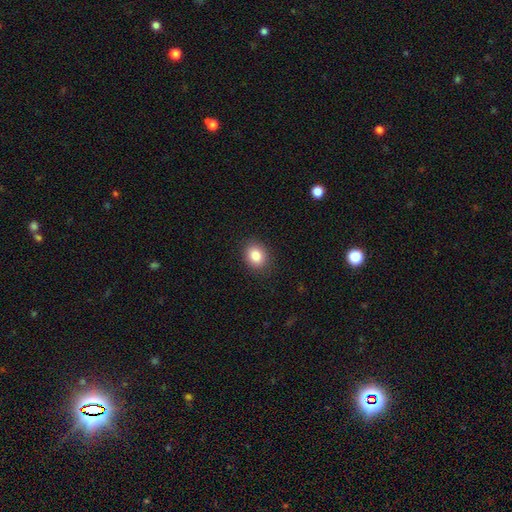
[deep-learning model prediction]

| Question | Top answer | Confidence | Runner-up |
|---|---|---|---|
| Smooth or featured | smooth | 85% | star or artifact (9%) |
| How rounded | in between | 52% | round (48%) |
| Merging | none | 88% | minor disturbance (8%) |